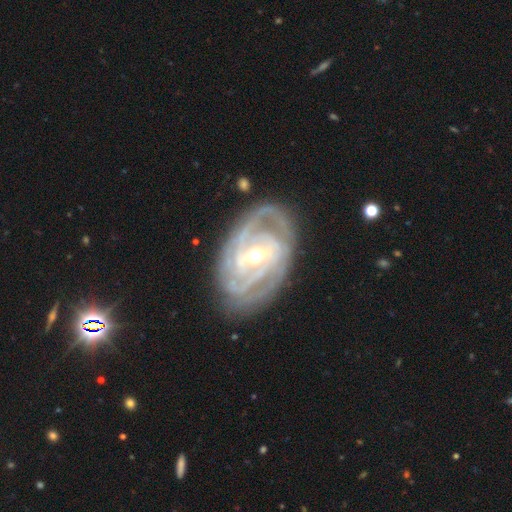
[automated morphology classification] This is clearly a featured or disk galaxy (90%). It is clearly not viewed edge-on (96%). Bar: marginally weak (41%). Spiral arm pattern: clearly yes (96%). Spiral arm count: marginally 2 (28%). Spiral winding: likely tight (68%). Central bulge: possibly moderate (56%). Merging: likely none (77%).